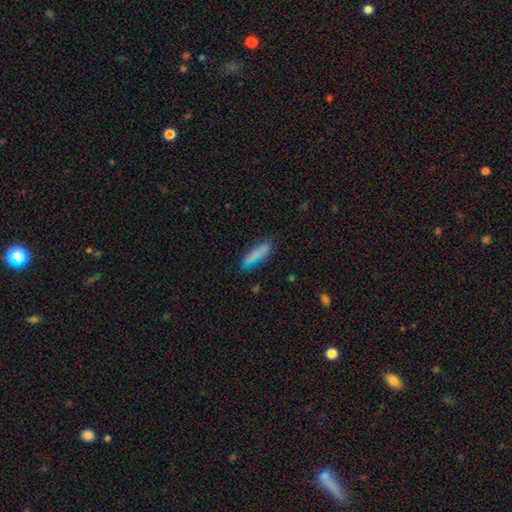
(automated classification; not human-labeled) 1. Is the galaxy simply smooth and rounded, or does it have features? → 74% smooth, 15% featured or disk, 10% star or artifact.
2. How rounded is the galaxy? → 58% cigar-shaped, 39% in between, 3% round.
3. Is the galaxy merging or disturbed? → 69% none, 19% minor disturbance, 6% major disturbance, 6% merger.